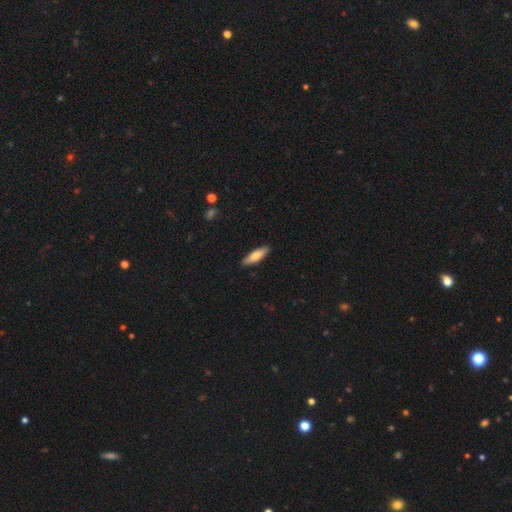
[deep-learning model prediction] Smooth or featured? Predicted: smooth (p=0.72). How rounded? Predicted: cigar-shaped (p=0.60). Merging? Predicted: none (p=0.89).